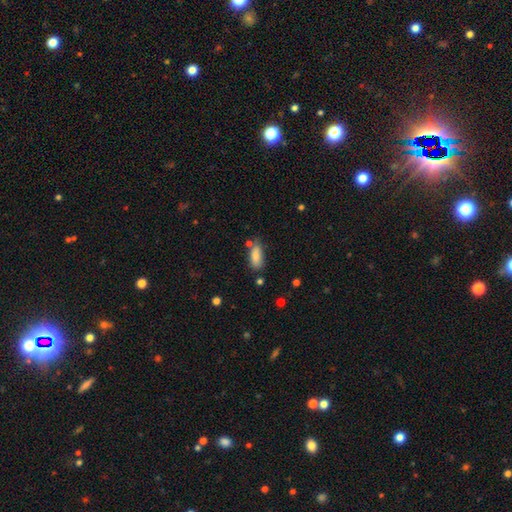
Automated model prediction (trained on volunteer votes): smooth-or-featured: smooth: 84% | featured or disk: 9% | star or artifact: 7%
  how-rounded: in between: 81% | cigar-shaped: 17% | round: 2%
  merging: none: 67% | minor disturbance: 20% | merger: 8% | major disturbance: 5%